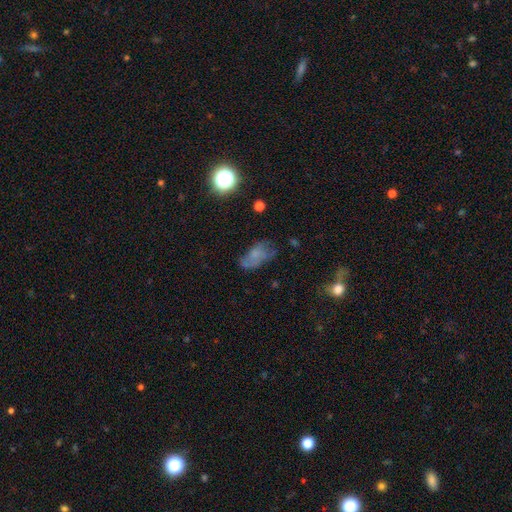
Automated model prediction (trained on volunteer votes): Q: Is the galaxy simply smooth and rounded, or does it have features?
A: smooth — 54%.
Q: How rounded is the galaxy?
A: in between — 87%.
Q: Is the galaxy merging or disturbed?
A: none — 47%.